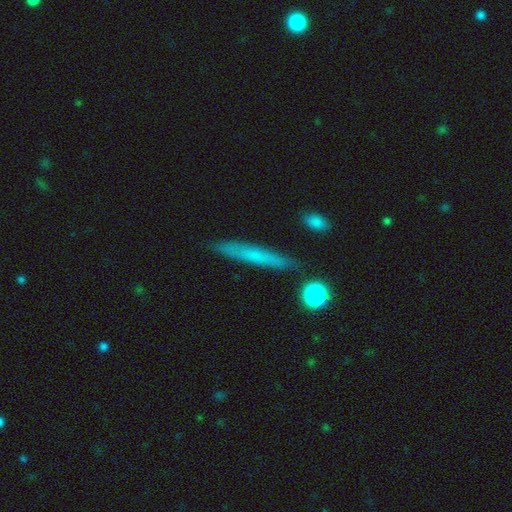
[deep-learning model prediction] Smooth or featured? Predicted: smooth (p=0.58). How rounded? Predicted: cigar-shaped (p=0.92). Merging? Predicted: none (p=0.86).